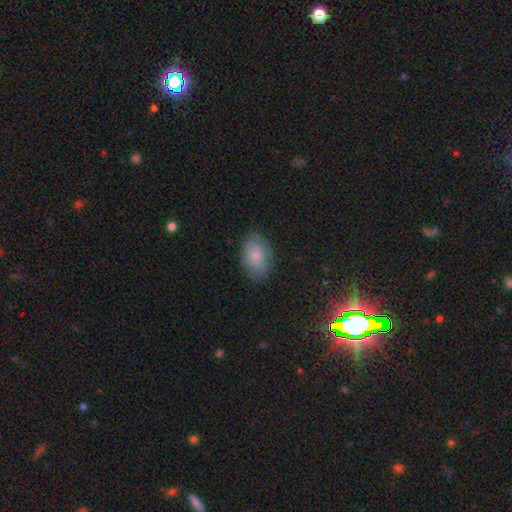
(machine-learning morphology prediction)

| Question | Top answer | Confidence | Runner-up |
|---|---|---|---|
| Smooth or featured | smooth | 82% | featured or disk (11%) |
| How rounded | in between | 88% | round (10%) |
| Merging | none | 82% | minor disturbance (13%) |